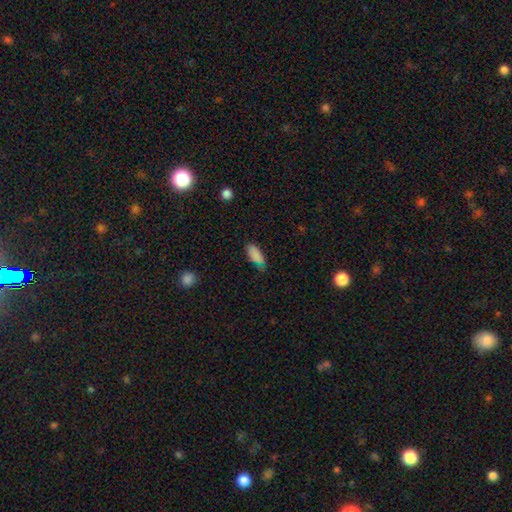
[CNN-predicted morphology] Overall: smooth (85%). How rounded: in between (82%). Merging: none (65%; minor disturbance 27%).